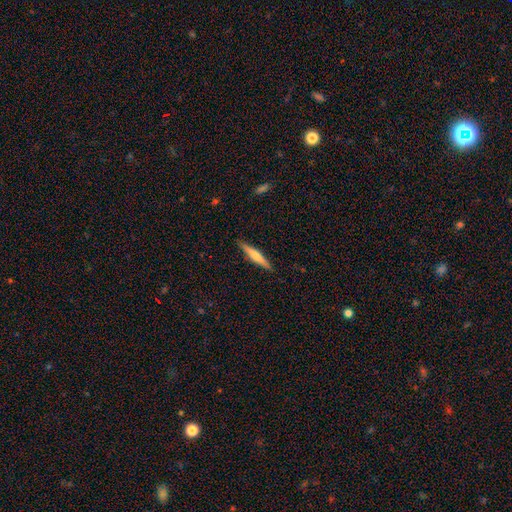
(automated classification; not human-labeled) The model was most divided on "smooth or featured": smooth: 51%, featured or disk: 43%, star or artifact: 5%. More confident: how rounded — cigar-shaped (92%); merging — none (90%).